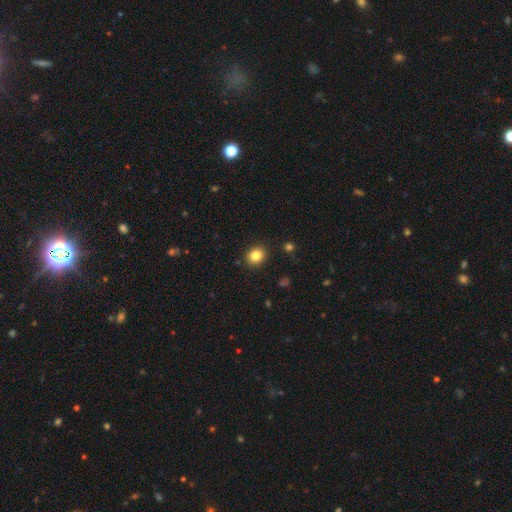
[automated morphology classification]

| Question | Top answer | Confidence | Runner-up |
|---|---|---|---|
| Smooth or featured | smooth | 84% | star or artifact (11%) |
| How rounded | round | 71% | in between (28%) |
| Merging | none | 89% | minor disturbance (7%) |